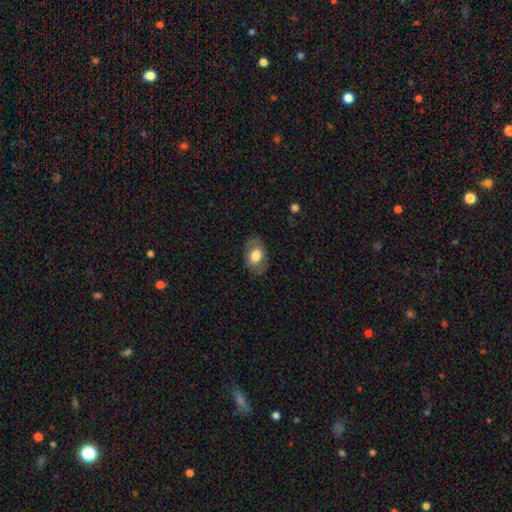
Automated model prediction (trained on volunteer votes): The model was most divided on "smooth or featured": smooth: 70%, featured or disk: 23%, star or artifact: 7%. More confident: how rounded — in between (82%); merging — none (80%).